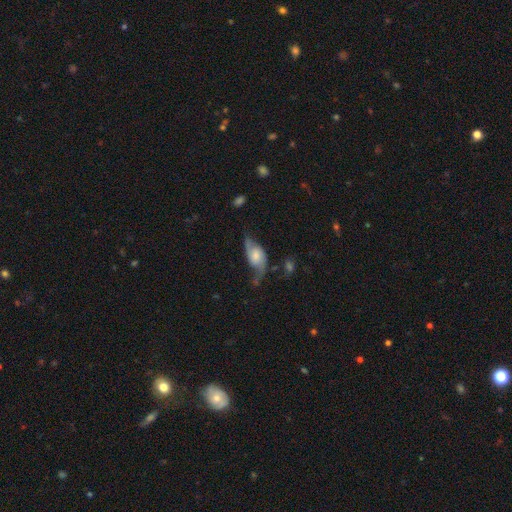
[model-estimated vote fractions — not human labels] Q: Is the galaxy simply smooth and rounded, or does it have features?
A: featured or disk — 66%.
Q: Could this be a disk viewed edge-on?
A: no — 92%.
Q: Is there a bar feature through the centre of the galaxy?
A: no — 61%.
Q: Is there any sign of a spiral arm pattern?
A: yes — 88%.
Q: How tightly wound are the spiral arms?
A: loose — 55%.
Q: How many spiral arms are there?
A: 2 — 85%.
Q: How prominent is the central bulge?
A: moderate — 37%.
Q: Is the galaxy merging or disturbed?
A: none — 46%.